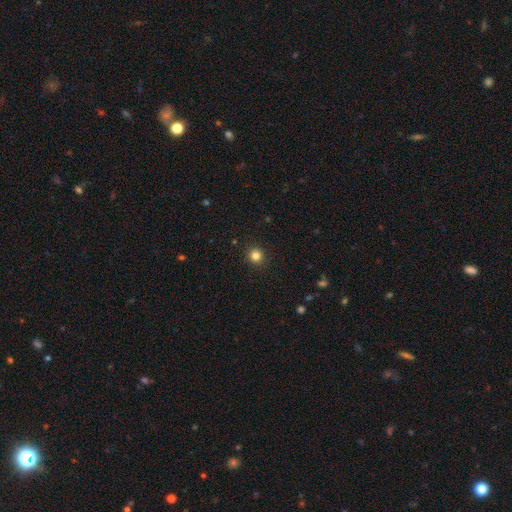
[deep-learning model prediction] A smooth galaxy with no disk features (83%) that is round (93%).

Vote fractions:
- Smooth or featured? smooth: 83% / star or artifact: 13% / featured or disk: 5%
- How rounded? round: 93% / in between: 6% / cigar-shaped: 1%
- Merging? none: 92% / minor disturbance: 5% / major disturbance: 2% / merger: 1%